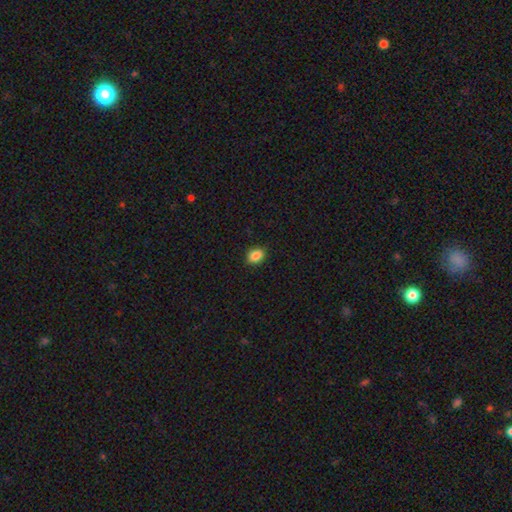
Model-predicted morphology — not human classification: The model was most divided on "how rounded": in between: 55%, round: 44%, cigar-shaped: 1%. More confident: merging — none (89%); smooth or featured — smooth (87%).